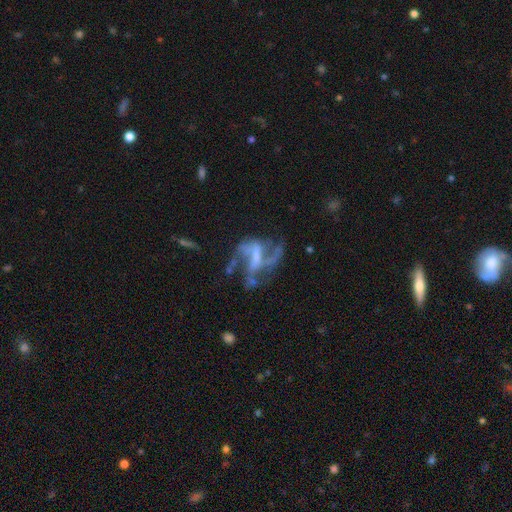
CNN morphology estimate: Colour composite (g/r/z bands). It shows a featured or disk galaxy (77%) with a weak bar (40%), 2 (33%) loose (55%) spiral arms (77%) and no central bulge (47%). Merging: none (39%).